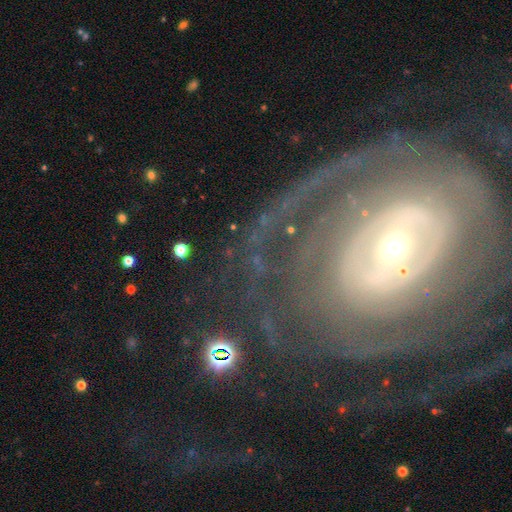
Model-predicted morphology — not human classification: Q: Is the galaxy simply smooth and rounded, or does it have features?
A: featured or disk — 83%.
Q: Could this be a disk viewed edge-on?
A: no — 96%.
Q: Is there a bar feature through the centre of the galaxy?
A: no — 37%.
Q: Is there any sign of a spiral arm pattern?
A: yes — 86%.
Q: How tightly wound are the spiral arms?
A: tight — 67%.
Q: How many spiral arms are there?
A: can't tell — 37%.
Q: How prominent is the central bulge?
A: small — 69%.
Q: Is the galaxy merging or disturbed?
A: none — 66%.